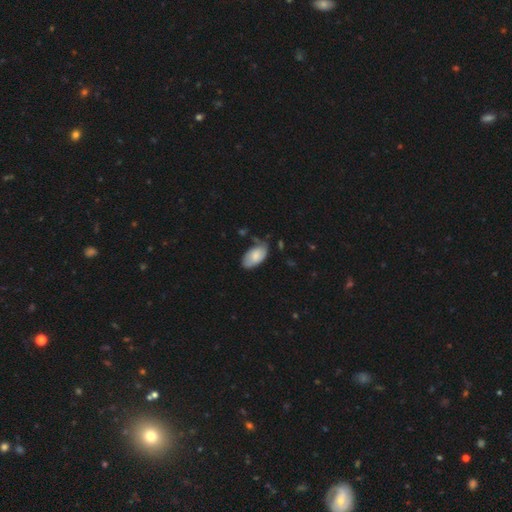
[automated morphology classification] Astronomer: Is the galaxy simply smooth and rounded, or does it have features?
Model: smooth — 71%.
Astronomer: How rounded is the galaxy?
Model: in between — 95%.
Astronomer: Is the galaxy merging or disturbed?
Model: none — 52% (runner-up: minor disturbance, 34%).